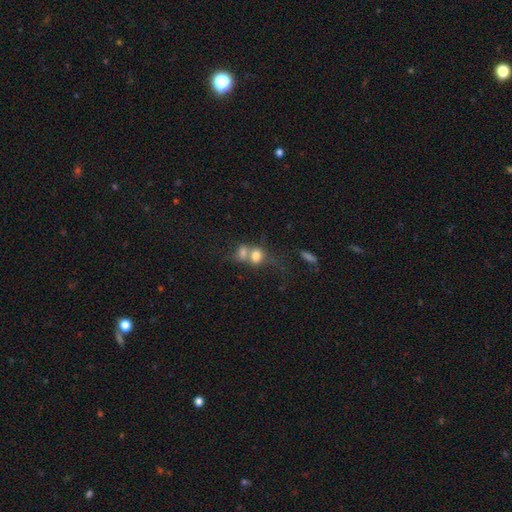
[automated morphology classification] smooth 73%, featured or disk 16%, star or artifact 11%. Down the decision tree: how rounded — in between (54%); merging — merger (66%).